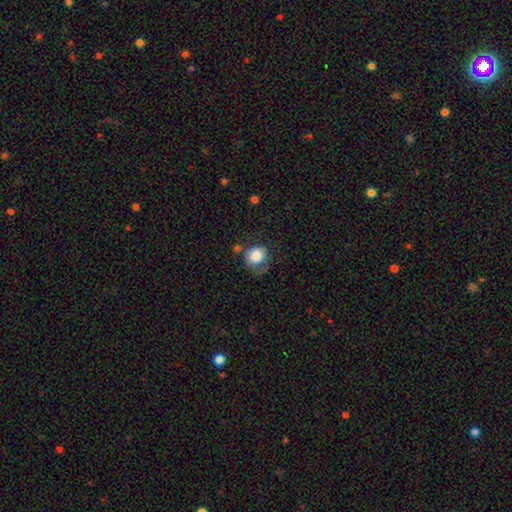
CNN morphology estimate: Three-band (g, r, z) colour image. It shows a smooth galaxy with no disk features (81%) that is round (78%). Merging: none (51%).